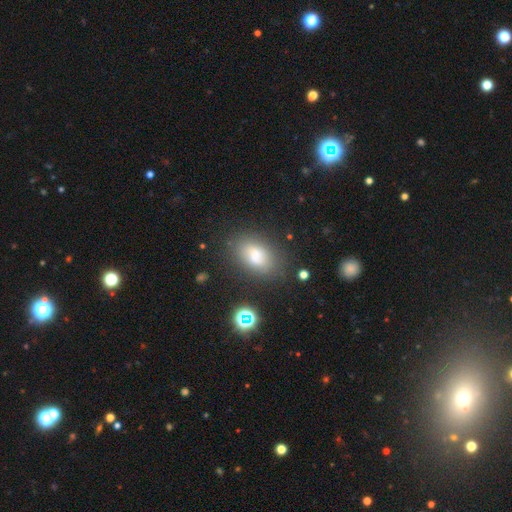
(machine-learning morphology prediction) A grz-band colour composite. It shows a smooth galaxy with no disk features (72%) that is in between round and cigar-shaped (85%). Merging: none (69%).